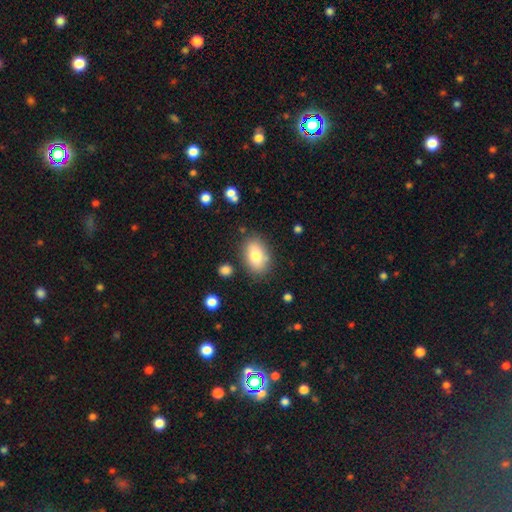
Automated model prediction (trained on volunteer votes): A smooth galaxy with no disk features (77%) that is in between round and cigar-shaped (84%).

Vote fractions:
- Smooth or featured? smooth: 77% / featured or disk: 15% / star or artifact: 8%
- How rounded? in between: 84% / round: 15% / cigar-shaped: 1%
- Merging? none: 80% / minor disturbance: 13% / major disturbance: 4% / merger: 3%